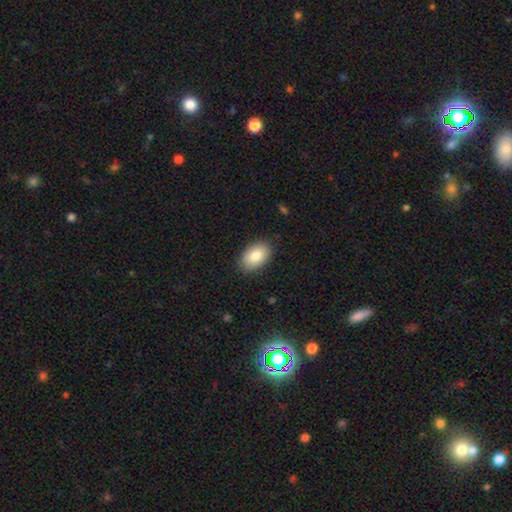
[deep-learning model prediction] A smooth galaxy with no disk features (83%) that is in between round and cigar-shaped (91%).

Vote fractions:
- Smooth or featured? smooth: 83% / featured or disk: 10% / star or artifact: 7%
- How rounded? in between: 91% / round: 8% / cigar-shaped: 1%
- Merging? none: 86% / minor disturbance: 10% / major disturbance: 2% / merger: 1%